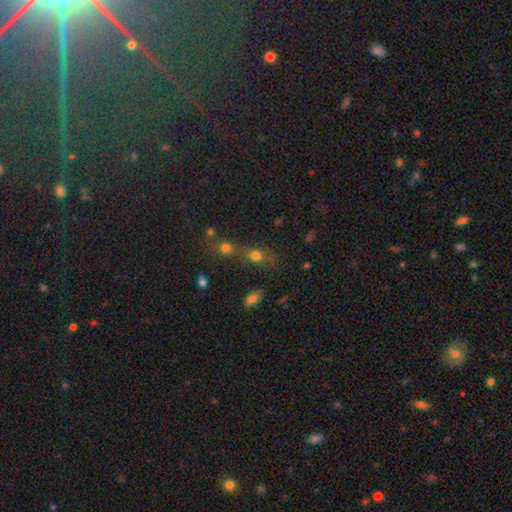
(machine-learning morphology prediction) Smooth or featured? smooth (71%)
How rounded? round (68%)
Merging? none (42%)